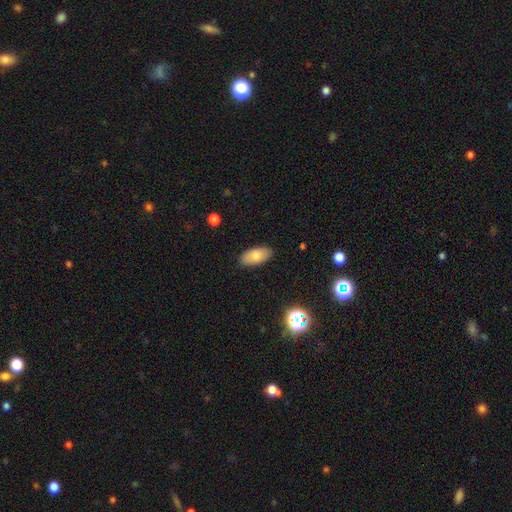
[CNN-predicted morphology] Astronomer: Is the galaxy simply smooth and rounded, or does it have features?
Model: smooth — 76%.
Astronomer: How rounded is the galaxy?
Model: in between — 92%.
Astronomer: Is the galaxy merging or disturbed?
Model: none — 88%.